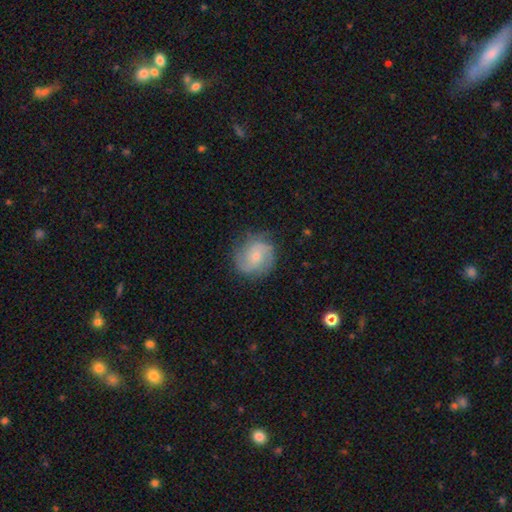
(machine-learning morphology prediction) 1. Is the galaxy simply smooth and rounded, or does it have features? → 58% featured or disk, 34% smooth, 8% star or artifact.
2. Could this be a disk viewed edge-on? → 97% no, 3% yes.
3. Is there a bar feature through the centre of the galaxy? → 70% no, 25% weak, 4% strong.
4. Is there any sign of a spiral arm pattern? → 87% yes, 13% no.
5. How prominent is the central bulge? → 64% small, 32% moderate, 2% none, 2% large, 1% dominant.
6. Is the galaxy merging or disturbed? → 75% none, 17% minor disturbance, 6% major disturbance, 1% merger.